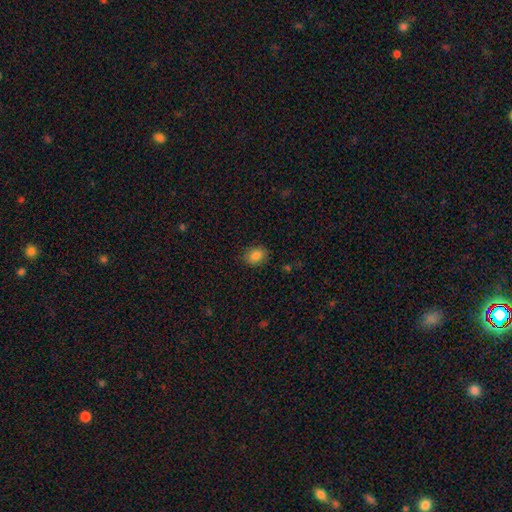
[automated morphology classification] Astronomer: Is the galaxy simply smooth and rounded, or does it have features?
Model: smooth — 86%.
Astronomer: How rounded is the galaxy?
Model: in between — 62% (runner-up: round, 37%).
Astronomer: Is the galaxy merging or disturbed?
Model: none — 87%.